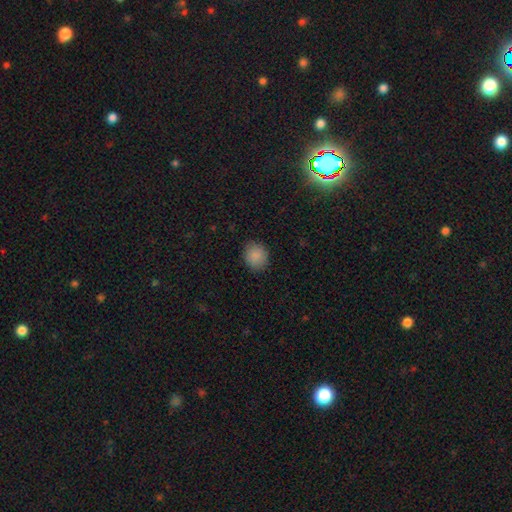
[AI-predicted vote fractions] Morphology: type=smooth (88%); roundness=round (74%); merging=none (86%).